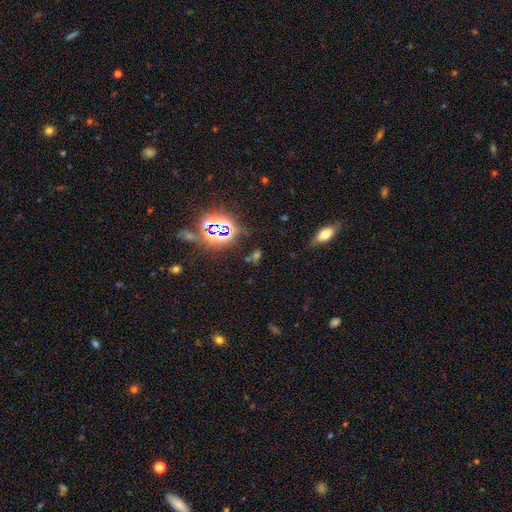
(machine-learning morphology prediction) A star or artifact, not a galaxy (62%).

Vote fractions:
- Smooth or featured? star or artifact: 62% / smooth: 28% / featured or disk: 10%